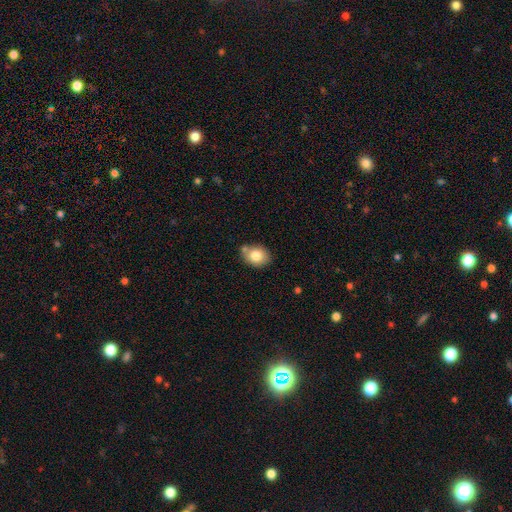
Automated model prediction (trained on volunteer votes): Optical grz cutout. It shows a smooth galaxy with no disk features (80%) that is in between round and cigar-shaped (58%). Merging: none (61%).